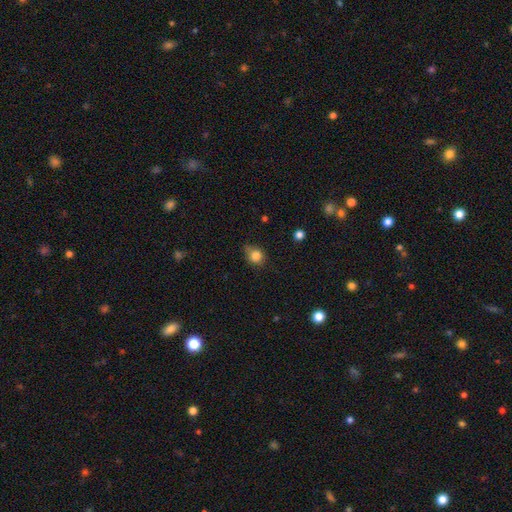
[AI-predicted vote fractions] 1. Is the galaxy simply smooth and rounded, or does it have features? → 82% smooth, 11% star or artifact, 7% featured or disk.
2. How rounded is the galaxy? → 75% round, 24% in between, 1% cigar-shaped.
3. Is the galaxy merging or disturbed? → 63% none, 28% minor disturbance, 6% major disturbance, 3% merger.